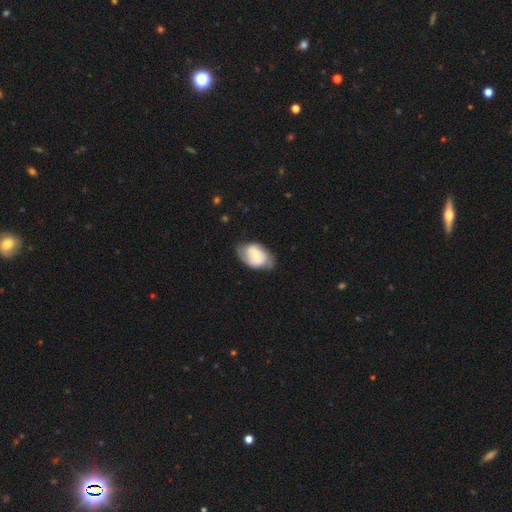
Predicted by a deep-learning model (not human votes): Q: Smooth or featured?
A: featured or disk (53%); runner-up: smooth (41%)
Q: Edge-on disk?
A: no (95%); runner-up: yes (5%)
Q: Bar?
A: no (47%); runner-up: weak (38%)
Q: Spiral arms?
A: yes (72%); runner-up: no (28%)
Q: Bulge size?
A: small (47%); runner-up: moderate (45%)
Q: Merging?
A: none (62%); runner-up: minor disturbance (27%)